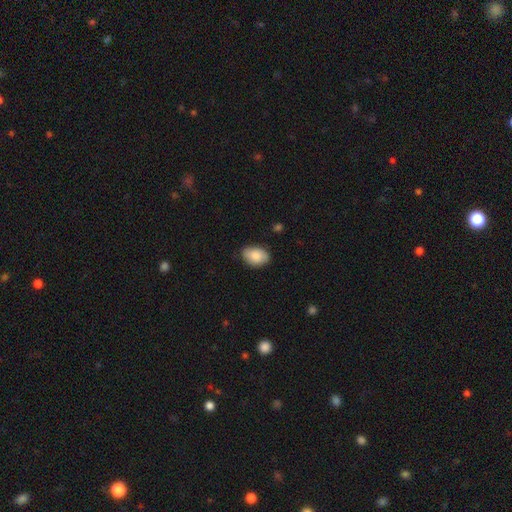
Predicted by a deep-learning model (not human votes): Overall: smooth (84%). How rounded: in between (88%). Merging: none (81%).